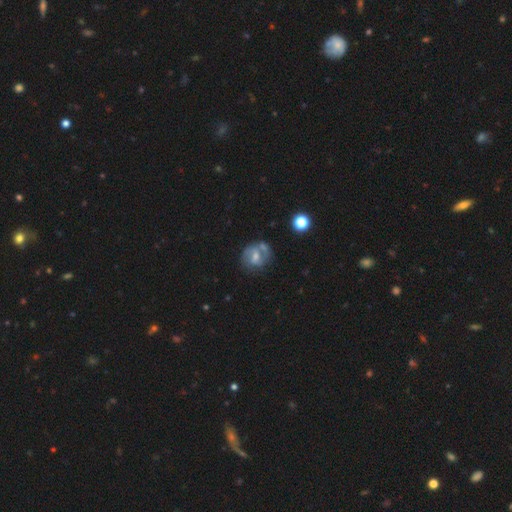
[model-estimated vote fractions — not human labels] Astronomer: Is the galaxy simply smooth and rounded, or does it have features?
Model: featured or disk — 59%.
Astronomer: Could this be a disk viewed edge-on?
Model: no — 97%.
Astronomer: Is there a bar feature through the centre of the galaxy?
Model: weak — 49% (runner-up: no, 36%).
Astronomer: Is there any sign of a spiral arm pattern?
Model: yes — 74%.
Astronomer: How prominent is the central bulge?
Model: moderate — 49% (runner-up: small, 38%).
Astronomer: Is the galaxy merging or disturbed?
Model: none — 49%.